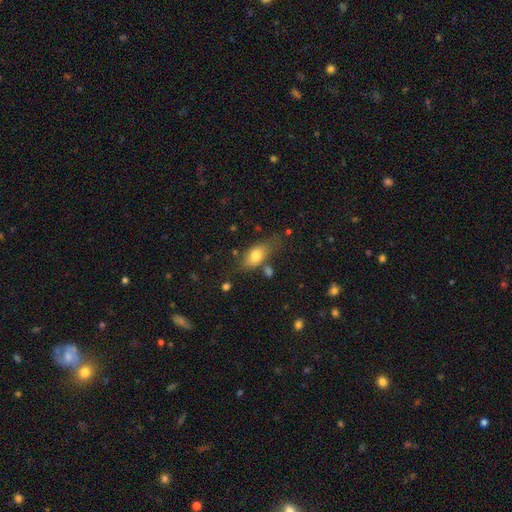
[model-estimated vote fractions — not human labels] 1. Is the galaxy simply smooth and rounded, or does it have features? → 75% smooth, 16% featured or disk, 9% star or artifact.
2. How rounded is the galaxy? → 83% in between, 8% cigar-shaped, 8% round.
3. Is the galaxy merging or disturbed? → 57% none, 25% minor disturbance, 10% major disturbance, 8% merger.